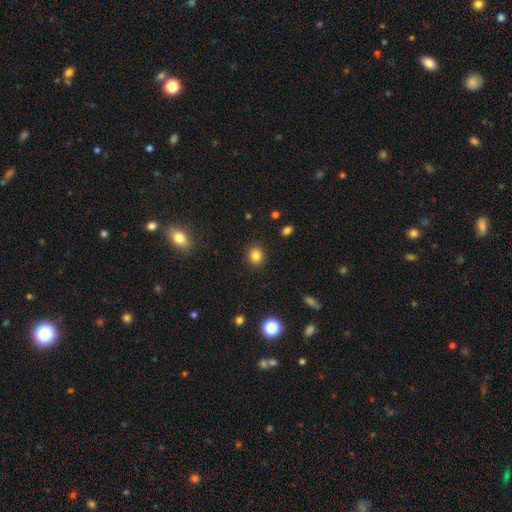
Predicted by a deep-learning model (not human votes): This is clearly a smooth galaxy (83%). How rounded: clearly round (82%). Merging: clearly none (91%).